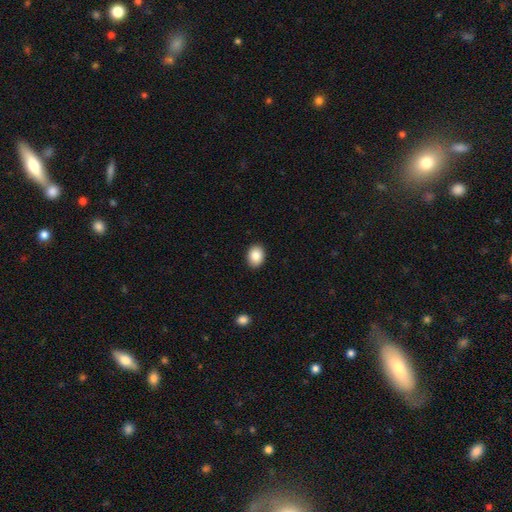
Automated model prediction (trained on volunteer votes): This is clearly a smooth galaxy (87%). How rounded: possibly in between (60%). Merging: clearly none (90%).